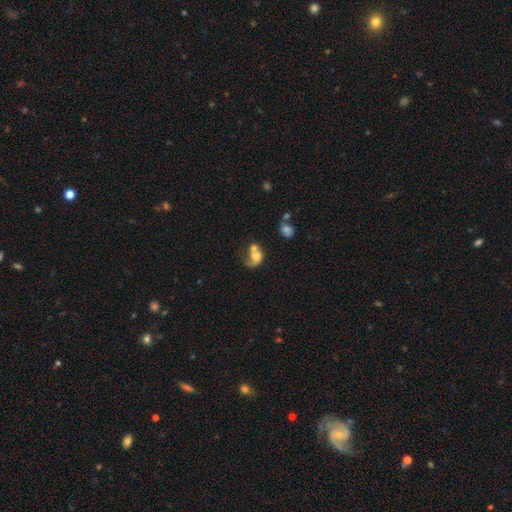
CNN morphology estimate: This appears to be a featured or disk galaxy (45%, tied with smooth). Merging: merger (45%).